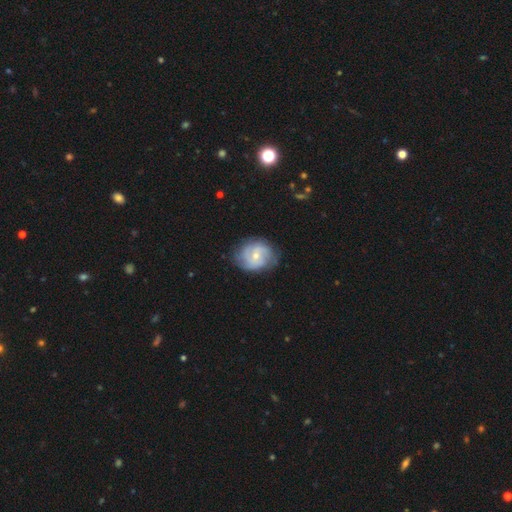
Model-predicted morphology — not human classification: A featured or disk galaxy (72%) with no bar (61%), 2 (38%) tight (43%) spiral arms (91%) and a small central bulge (57%).

Vote fractions:
- Smooth or featured? featured or disk: 72% / smooth: 22% / star or artifact: 6%
- Edge-on disk? no: 98% / yes: 2%
- Bar? no: 61% / weak: 33% / strong: 6%
- Spiral arms? yes: 91% / no: 9%
- Spiral winding? tight: 43% / medium: 42% / loose: 15%
- Spiral arm count? 2: 38% / can't tell: 25% / 3: 22% / 4: 6% / 1: 4% / more than 4: 4%
- Bulge size? small: 57% / moderate: 39% / large: 1% / none: 1% / dominant: 1%
- Merging? none: 74% / minor disturbance: 18% / major disturbance: 6% / merger: 1%